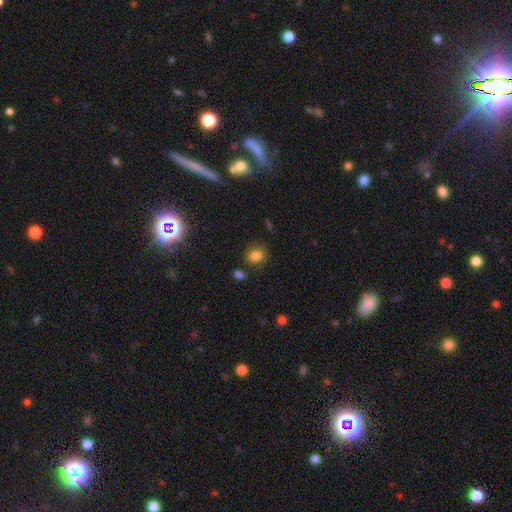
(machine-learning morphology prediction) type=smooth (80%); roundness=round (69%); merging=none (75%).